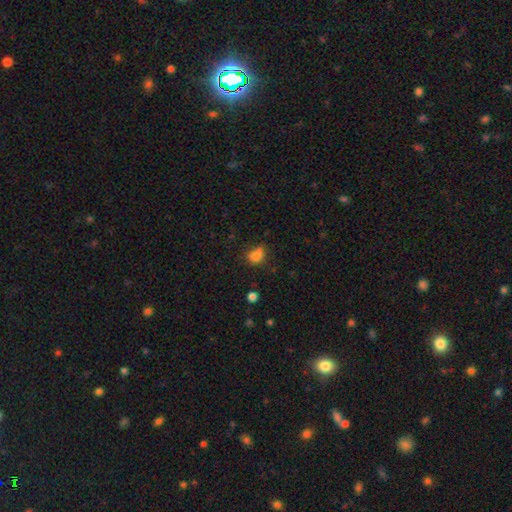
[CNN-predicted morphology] A smooth galaxy with no disk features (78%) that is in between round and cigar-shaped (53%). Merging: none (45%).